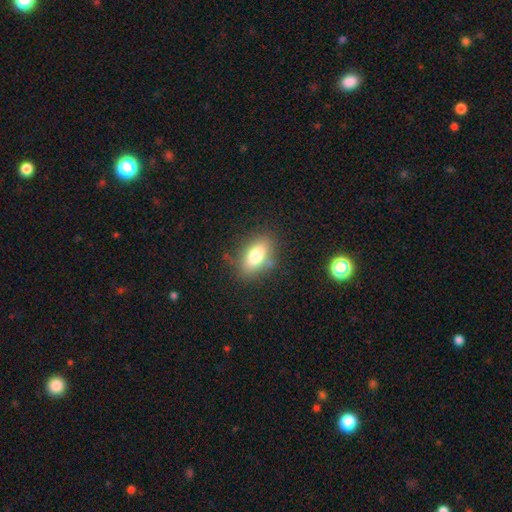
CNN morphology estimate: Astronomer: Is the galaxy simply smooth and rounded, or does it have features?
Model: smooth — 76%.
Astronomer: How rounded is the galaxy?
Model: in between — 85%.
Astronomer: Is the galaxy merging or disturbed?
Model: none — 78%.